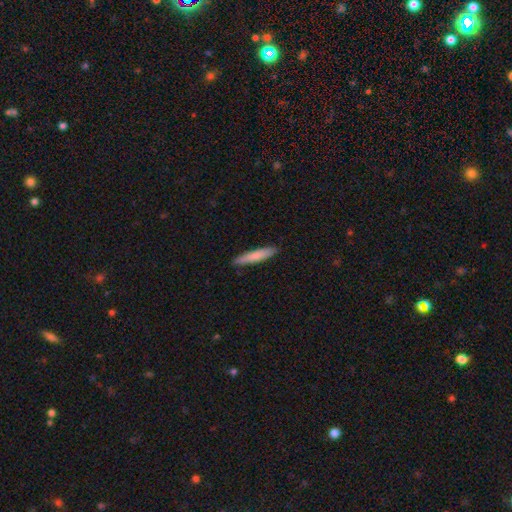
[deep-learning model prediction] Smooth or featured? Predicted: smooth (p=0.79). How rounded? Predicted: cigar-shaped (p=0.90). Merging? Predicted: none (p=0.89).